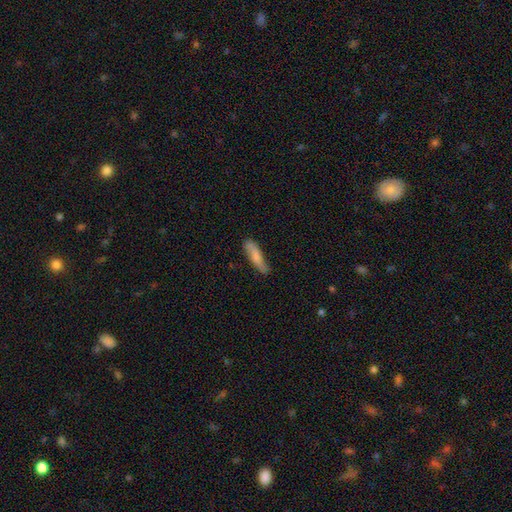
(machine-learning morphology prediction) Smooth or featured: smooth — 74% (featured or disk — 20%)
How rounded: cigar-shaped — 72% (in between — 26%)
Merging: none — 69% (minor disturbance — 25%)